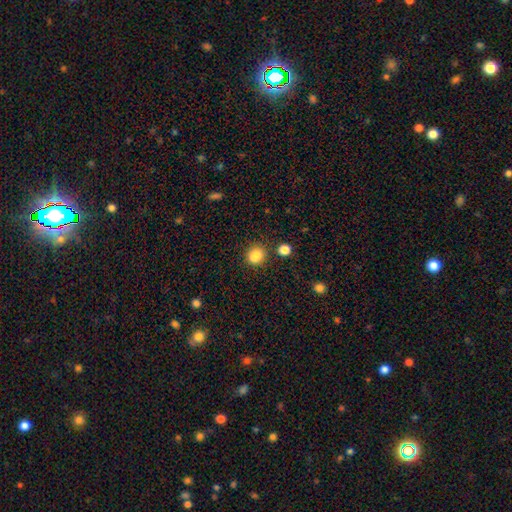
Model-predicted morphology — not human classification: smooth 82%, star or artifact 12%, featured or disk 6%. Down the decision tree: how rounded — round (67%); merging — none (66%).